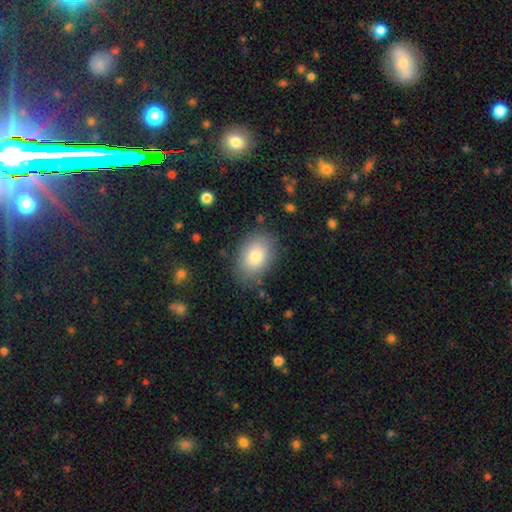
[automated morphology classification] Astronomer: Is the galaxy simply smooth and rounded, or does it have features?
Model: smooth — 80%.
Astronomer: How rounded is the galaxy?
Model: in between — 81%.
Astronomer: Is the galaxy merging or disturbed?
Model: none — 80%.